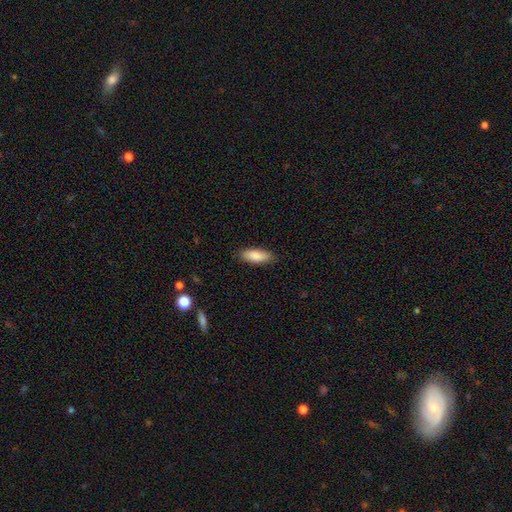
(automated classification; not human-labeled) The model was most divided on "how rounded": in between: 68%, cigar-shaped: 31%, round: 2%. More confident: merging — none (87%); smooth or featured — smooth (84%).